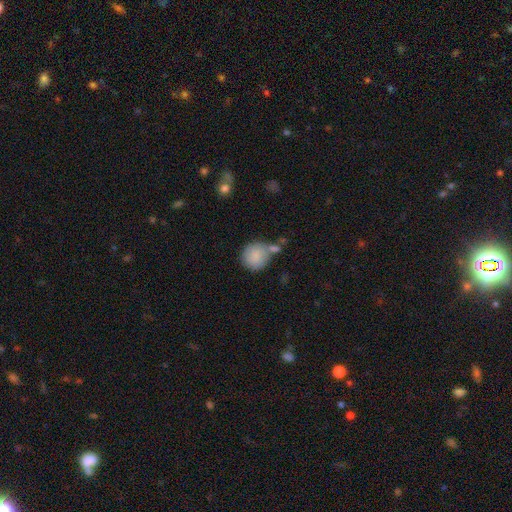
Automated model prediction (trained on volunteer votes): Smooth or featured: smooth — 86% (featured or disk — 7%)
How rounded: round — 88% (in between — 11%)
Merging: none — 53% (merger — 24%)